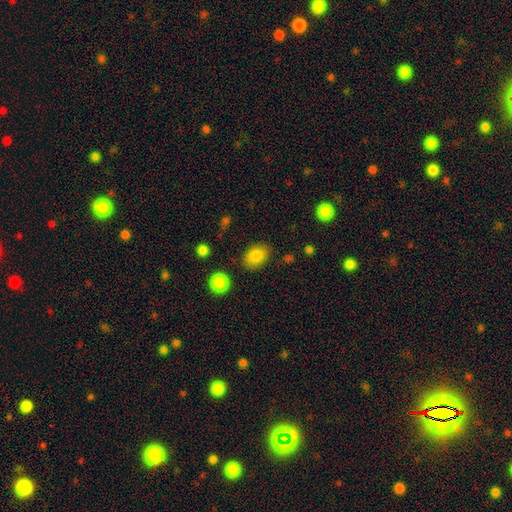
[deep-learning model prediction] Smooth or featured: smooth — 85% (star or artifact — 8%)
How rounded: in between — 78% (round — 21%)
Merging: none — 82% (minor disturbance — 12%)